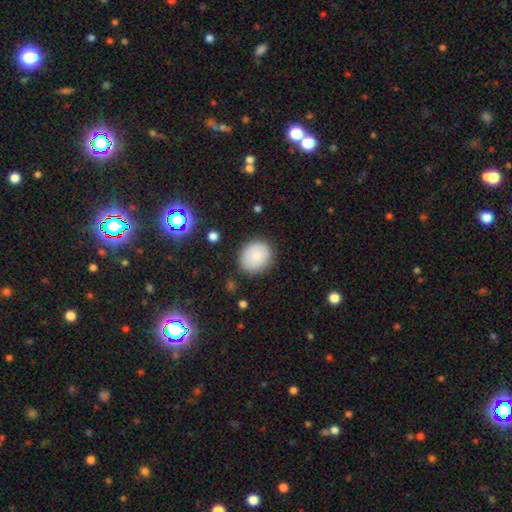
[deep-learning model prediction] Smooth or featured? smooth (80%)
How rounded? round (71%)
Merging? none (82%)